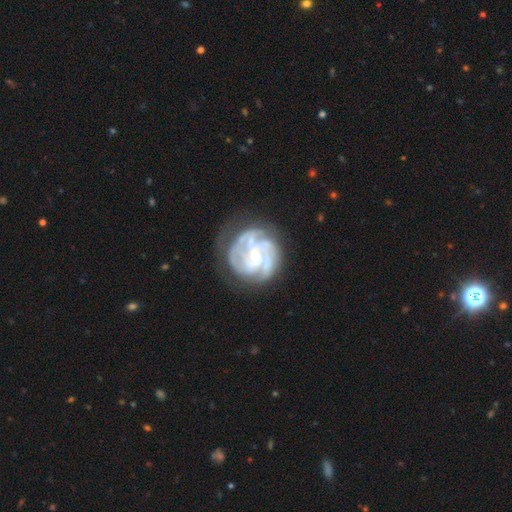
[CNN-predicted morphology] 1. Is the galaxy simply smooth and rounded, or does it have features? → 87% featured or disk, 8% smooth, 5% star or artifact.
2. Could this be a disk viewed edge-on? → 98% no, 2% yes.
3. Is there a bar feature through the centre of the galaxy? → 58% no, 32% weak, 10% strong.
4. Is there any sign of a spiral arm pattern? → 95% yes, 5% no.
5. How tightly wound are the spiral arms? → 61% tight, 33% medium, 6% loose.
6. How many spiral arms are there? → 33% 3, 23% can't tell, 21% 4, 13% 2, 6% more than 4, 5% 1.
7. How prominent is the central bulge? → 64% small, 32% moderate, 2% none, 2% large, 1% dominant.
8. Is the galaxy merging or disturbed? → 67% none, 20% minor disturbance, 12% major disturbance, 2% merger.